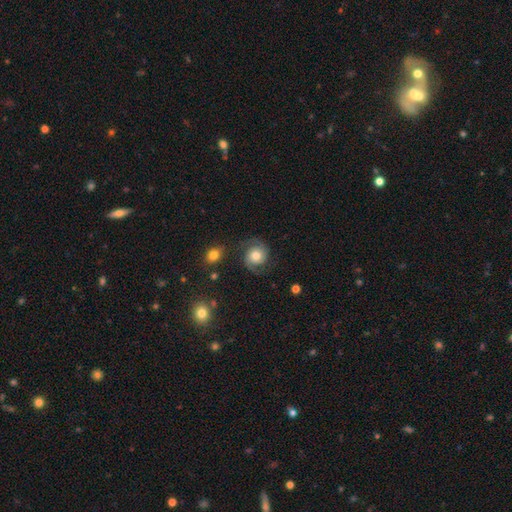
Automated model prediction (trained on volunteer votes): Morphology: type=featured or disk (73%); edge-on=no (98%); bar=no (75%); spiral arms=yes (95%); winding=medium (50%); arm count=2 (93%); bulge=moderate (61%); merging=none (78%).